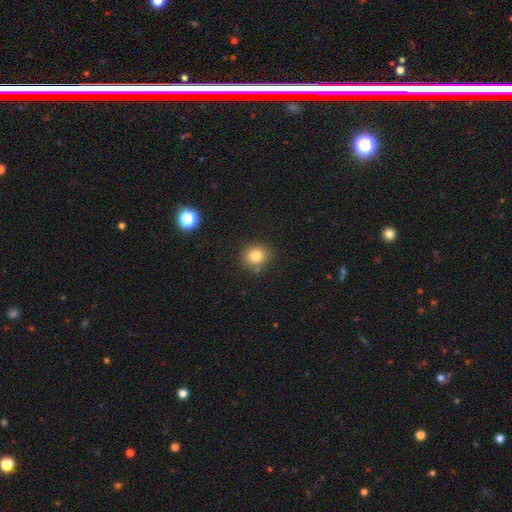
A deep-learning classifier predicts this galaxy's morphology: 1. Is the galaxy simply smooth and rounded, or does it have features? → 80% smooth, 12% star or artifact, 8% featured or disk.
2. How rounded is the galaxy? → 77% round, 23% in between, 1% cigar-shaped.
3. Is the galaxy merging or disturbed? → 82% none, 11% minor disturbance, 5% merger, 3% major disturbance.